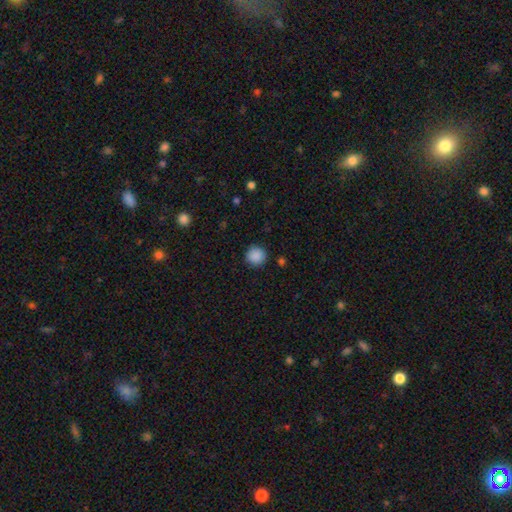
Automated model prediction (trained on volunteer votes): Morphology: type=smooth (88%); roundness=round (94%); merging=none (90%).